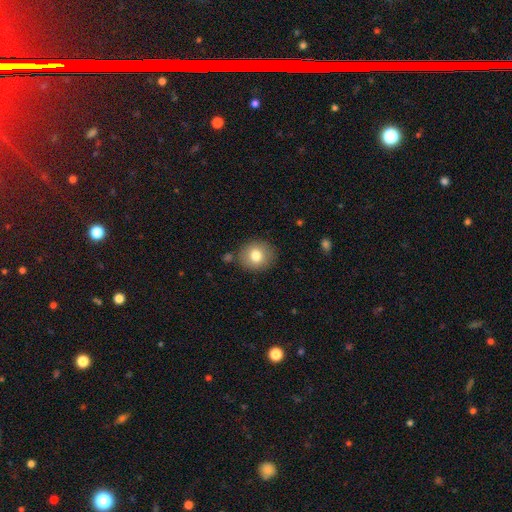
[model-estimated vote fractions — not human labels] A smooth galaxy with no disk features (78%) that is round (78%).

Vote fractions:
- Smooth or featured? smooth: 78% / featured or disk: 12% / star or artifact: 9%
- How rounded? round: 78% / in between: 21% / cigar-shaped: 1%
- Merging? none: 83% / minor disturbance: 10% / merger: 3% / major disturbance: 3%